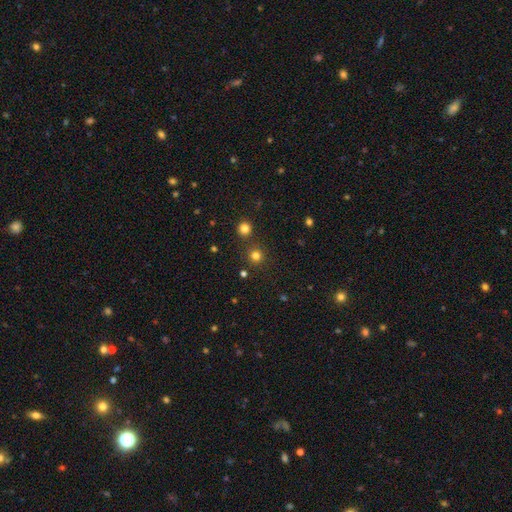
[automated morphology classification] This is likely a smooth galaxy (76%). How rounded: clearly round (94%). Merging: clearly none (85%).